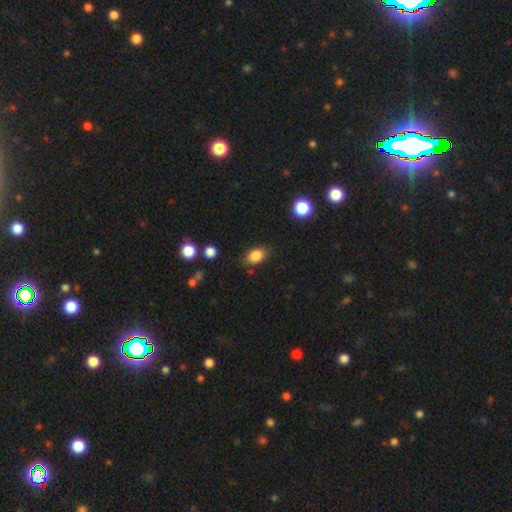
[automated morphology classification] This appears to be a smooth galaxy with no disk features (85%) that is in between round and cigar-shaped (83%). Merging: none (82%).